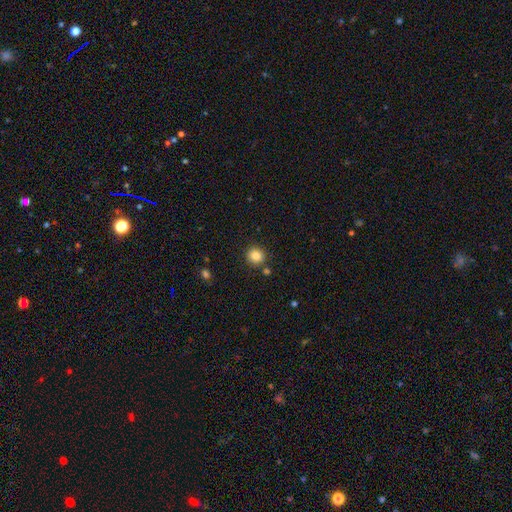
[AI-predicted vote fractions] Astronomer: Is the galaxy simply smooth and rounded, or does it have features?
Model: smooth — 85%.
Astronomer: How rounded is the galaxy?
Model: round — 84%.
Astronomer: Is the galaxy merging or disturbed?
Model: none — 84%.